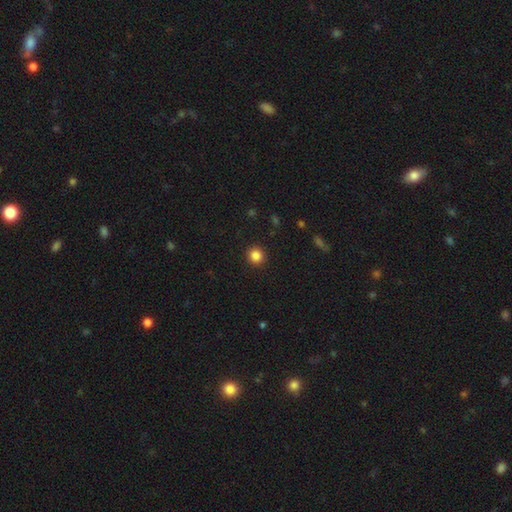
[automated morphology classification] Overall: smooth (86%). How rounded: round (93%). Merging: none (93%).